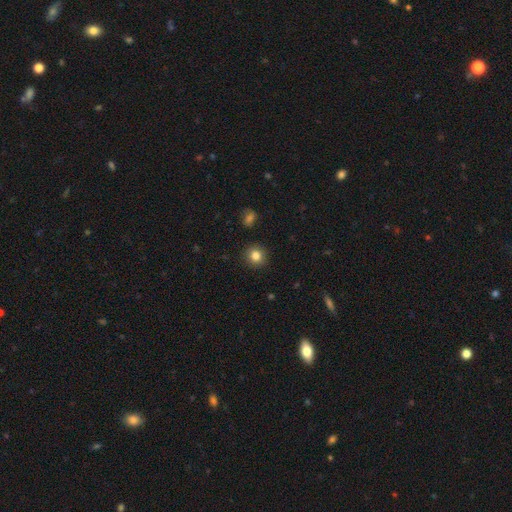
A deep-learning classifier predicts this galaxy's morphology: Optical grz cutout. It shows a smooth galaxy with no disk features (83%) that is round (90%). Merging: none (91%).